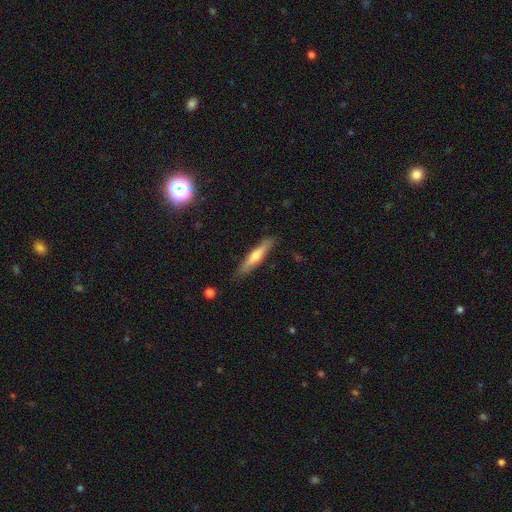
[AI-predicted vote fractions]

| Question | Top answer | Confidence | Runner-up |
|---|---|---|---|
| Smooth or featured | smooth | 49% | featured or disk (45%) |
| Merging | none | 86% | minor disturbance (11%) |